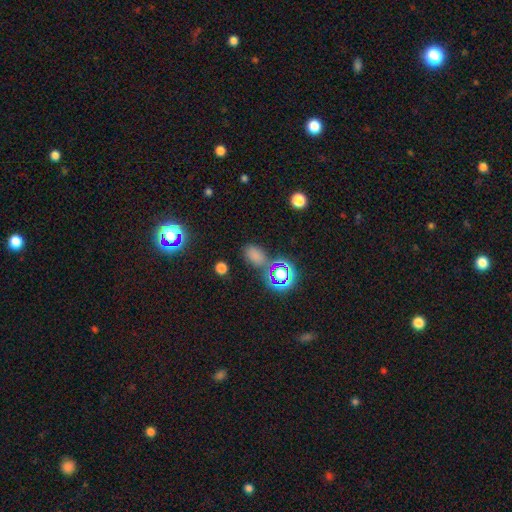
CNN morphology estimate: Q: Smooth or featured?
A: smooth (64%); runner-up: star or artifact (30%)
Q: How rounded?
A: in between (80%); runner-up: round (17%)
Q: Merging?
A: none (65%); runner-up: minor disturbance (17%)